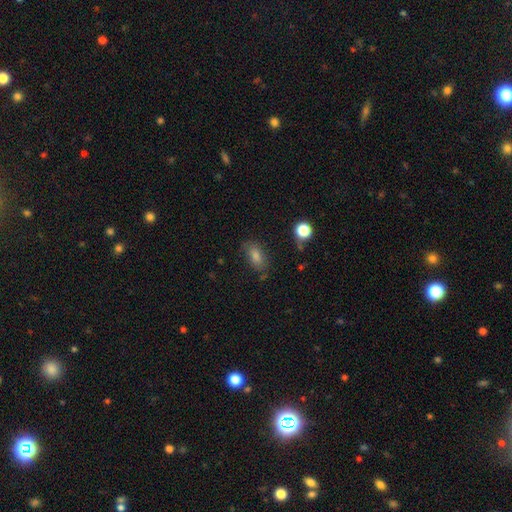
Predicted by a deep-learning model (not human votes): Smooth or featured?
  - smooth: 71% *
  - star or artifact: 15%
  - featured or disk: 14%
How rounded?
  - in between: 85% *
  - round: 9%
  - cigar-shaped: 6%
Merging?
  - none: 76% *
  - minor disturbance: 16%
  - major disturbance: 5%
  - merger: 3%